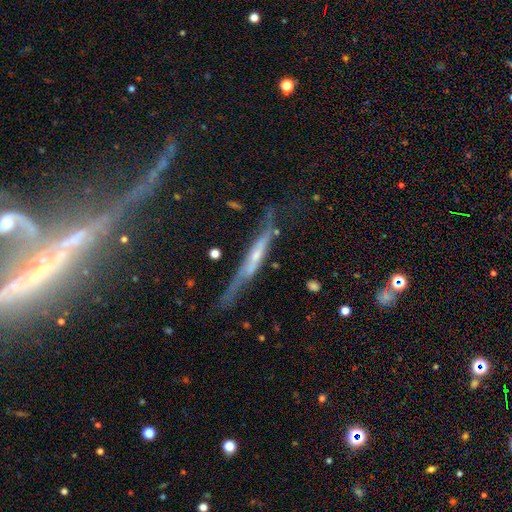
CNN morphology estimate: Q: Smooth or featured?
A: featured or disk (70%); runner-up: smooth (21%)
Q: Edge-on disk?
A: yes (83%); runner-up: no (17%)
Q: Edge-on bulge?
A: rounded (43%); runner-up: none (41%)
Q: Merging?
A: none (54%); runner-up: minor disturbance (26%)